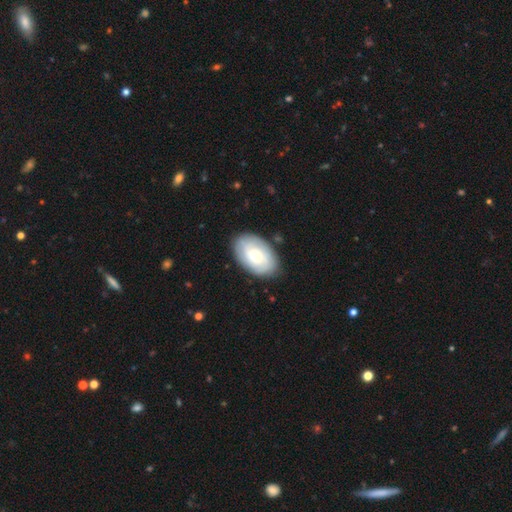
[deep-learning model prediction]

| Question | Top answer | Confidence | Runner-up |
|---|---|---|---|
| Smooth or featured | featured or disk | 50% | smooth (45%) |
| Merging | none | 83% | minor disturbance (12%) |